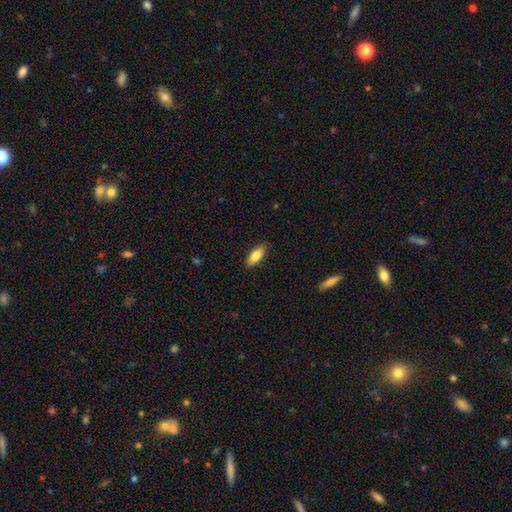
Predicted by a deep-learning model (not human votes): Smooth or featured? Predicted: smooth (p=0.84). How rounded? Predicted: in between (p=0.80). Merging? Predicted: none (p=0.88).